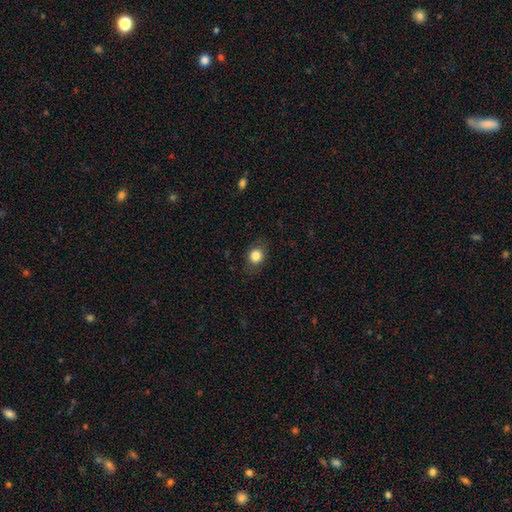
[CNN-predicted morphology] Q: Smooth or featured?
A: smooth (82%); runner-up: star or artifact (10%)
Q: How rounded?
A: round (61%); runner-up: in between (38%)
Q: Merging?
A: none (81%); runner-up: minor disturbance (13%)